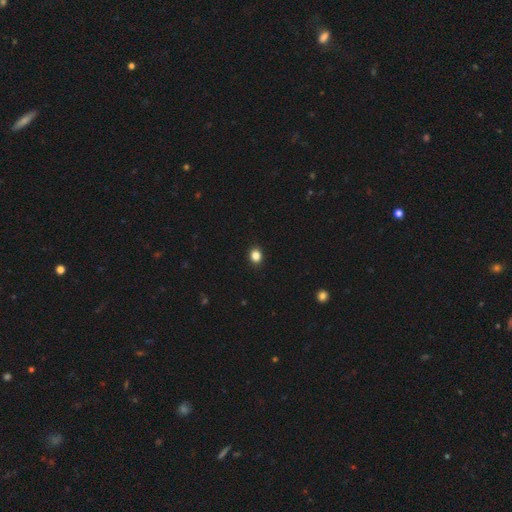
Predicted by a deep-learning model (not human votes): Smooth or featured? Predicted: smooth (p=0.85). How rounded? Predicted: round (p=0.67). Merging? Predicted: none (p=0.92).